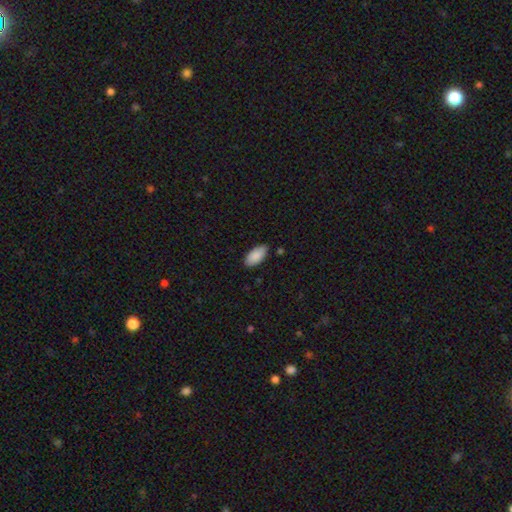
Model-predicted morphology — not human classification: This is clearly a smooth galaxy (89%). How rounded: clearly in between (93%). Merging: clearly none (82%).